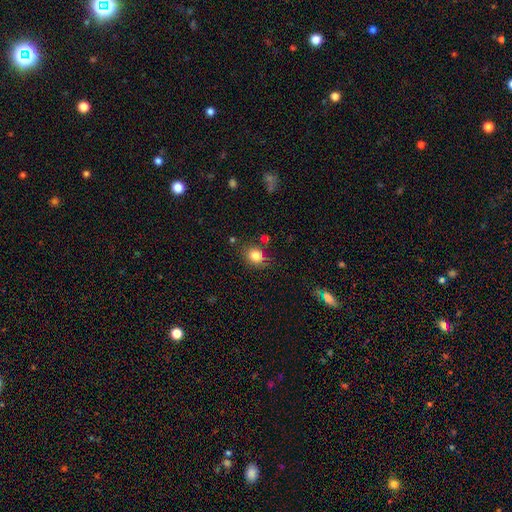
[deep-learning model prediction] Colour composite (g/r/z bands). It shows a smooth galaxy with no disk features (82%) that is round (65%). Merging: none (74%).